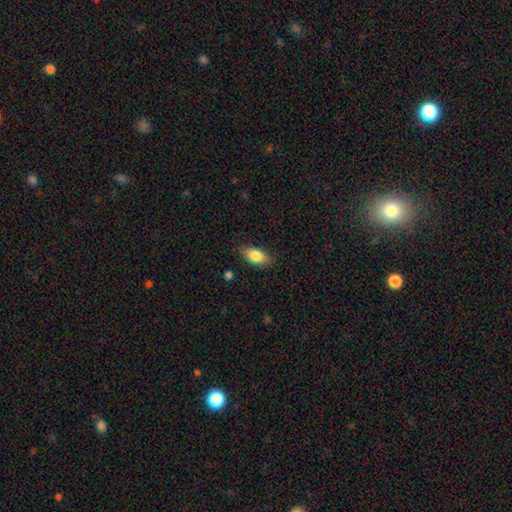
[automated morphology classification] A smooth galaxy with no disk features (80%) that is in between round and cigar-shaped (87%). Merging: none (81%).